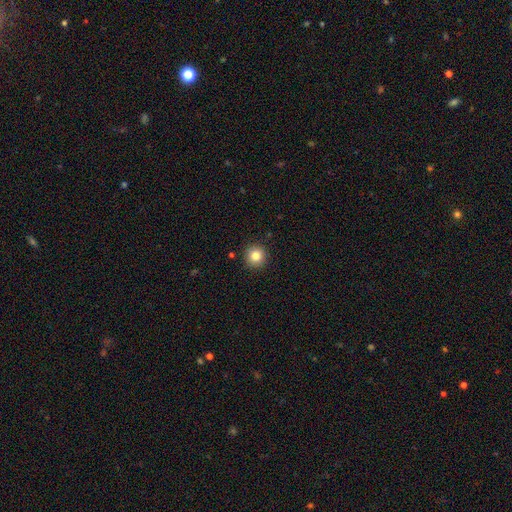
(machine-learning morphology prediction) smooth-or-featured: smooth: 82% | star or artifact: 11% | featured or disk: 7%
  how-rounded: round: 95% | in between: 4% | cigar-shaped: 1%
  merging: none: 92% | minor disturbance: 5% | major disturbance: 2% | merger: 1%